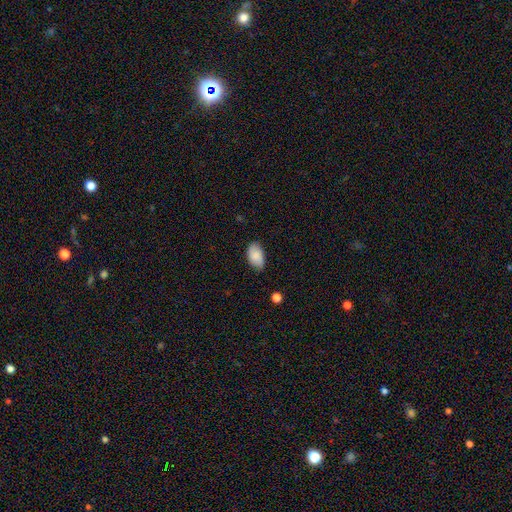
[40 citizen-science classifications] Overall: smooth (92%). How rounded: in between (92%). Merging: none (72%).